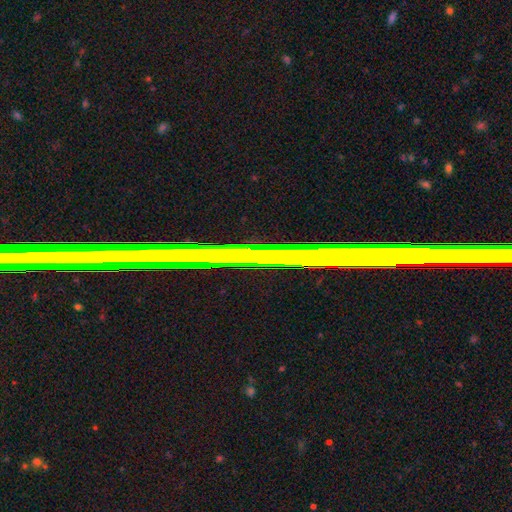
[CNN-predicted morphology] type=star or artifact (65%).